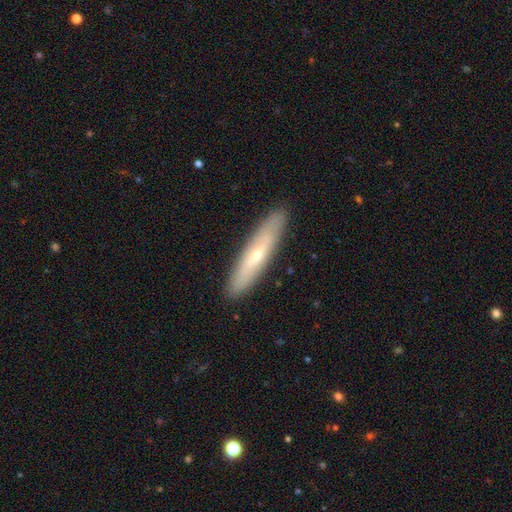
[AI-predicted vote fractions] Smooth or featured? Predicted: smooth (p=0.52). How rounded? Predicted: cigar-shaped (p=0.83). Merging? Predicted: none (p=0.89).